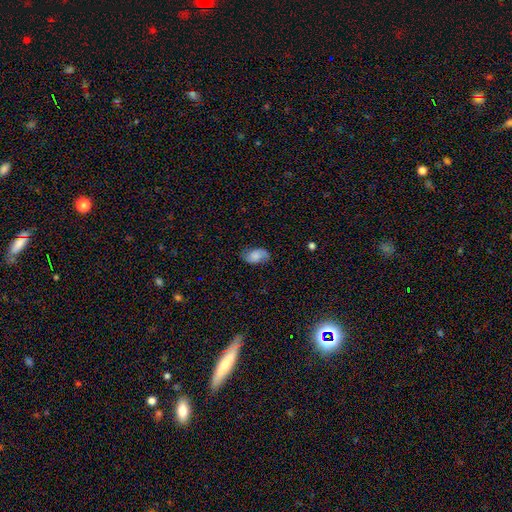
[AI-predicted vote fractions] Overall: smooth (63%; featured or disk 28%). How rounded: in between (92%). Merging: none (72%).